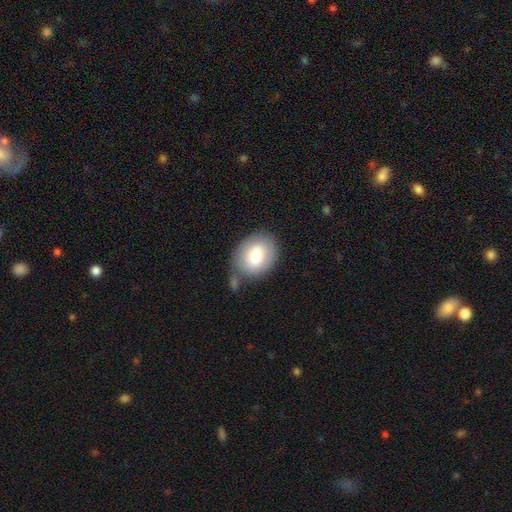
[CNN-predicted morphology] Smooth or featured?
  - smooth: 75% *
  - featured or disk: 18%
  - star or artifact: 7%
How rounded?
  - in between: 56% *
  - round: 43%
  - cigar-shaped: 1%
Merging?
  - none: 63% *
  - minor disturbance: 19%
  - merger: 12%
  - major disturbance: 7%